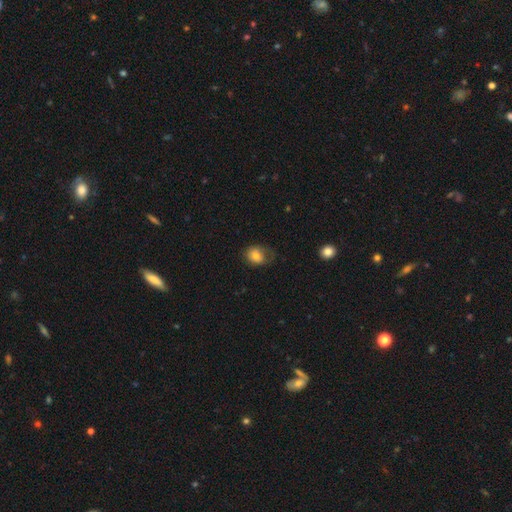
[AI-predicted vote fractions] Smooth or featured: smooth — 75% (featured or disk — 16%)
How rounded: in between — 50% (round — 49%)
Merging: none — 49% (minor disturbance — 29%)